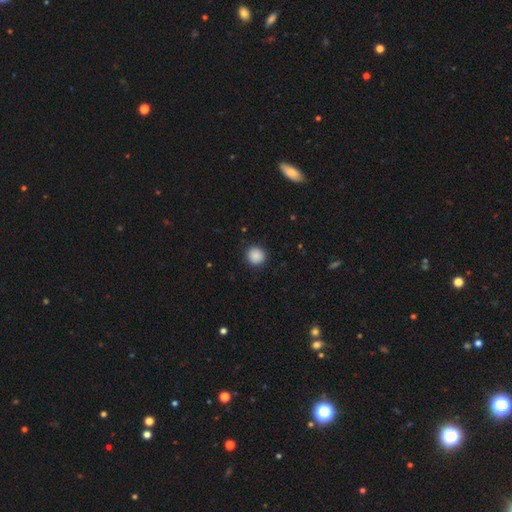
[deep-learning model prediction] Morphology: type=smooth (88%); roundness=round (93%); merging=none (90%).